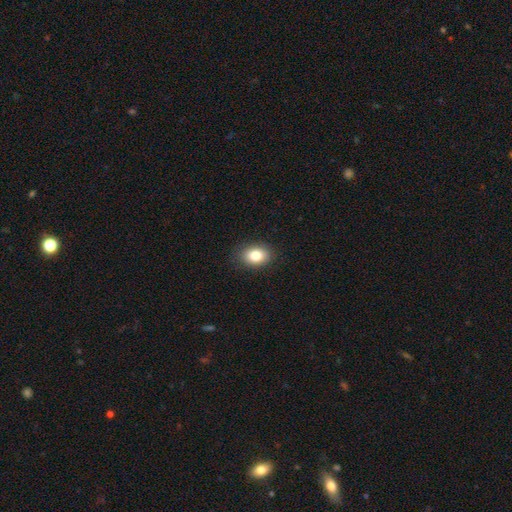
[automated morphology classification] Smooth or featured?
  - smooth: 82% *
  - star or artifact: 9%
  - featured or disk: 8%
How rounded?
  - in between: 72% *
  - round: 27%
  - cigar-shaped: 1%
Merging?
  - none: 87% *
  - minor disturbance: 9%
  - major disturbance: 2%
  - merger: 1%